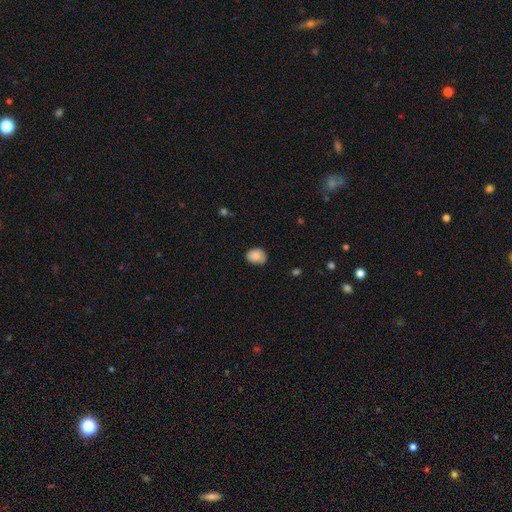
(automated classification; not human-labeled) Overall: smooth (84%). How rounded: in between (56%; round 43%). Merging: none (70%).